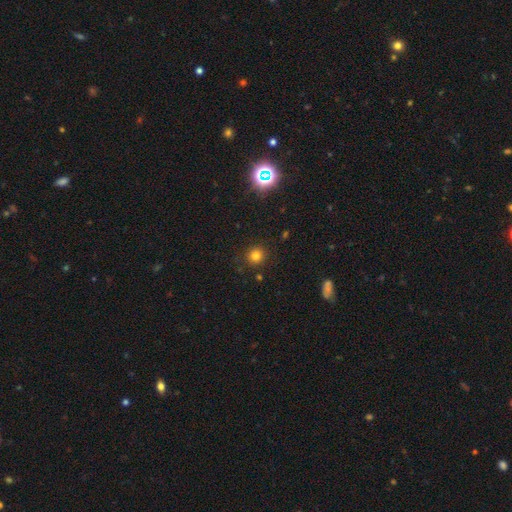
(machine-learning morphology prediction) The model was most divided on "smooth or featured": smooth: 77%, star or artifact: 17%, featured or disk: 6%. More confident: how rounded — round (92%); merging — none (88%).